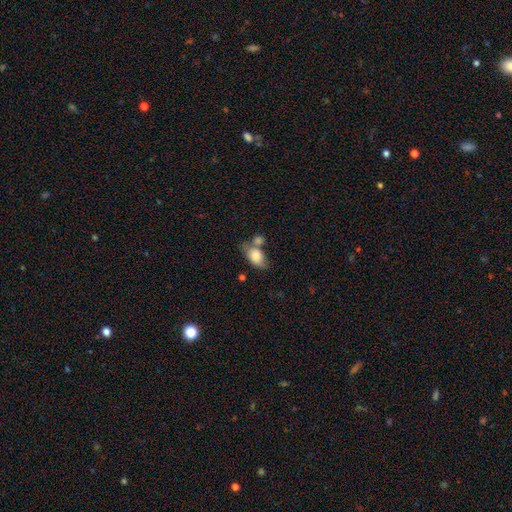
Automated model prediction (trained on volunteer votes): smooth-or-featured: smooth: 80% | featured or disk: 13% | star or artifact: 7%
  how-rounded: in between: 86% | round: 12% | cigar-shaped: 2%
  merging: none: 38% | merger: 34% | minor disturbance: 19% | major disturbance: 9%